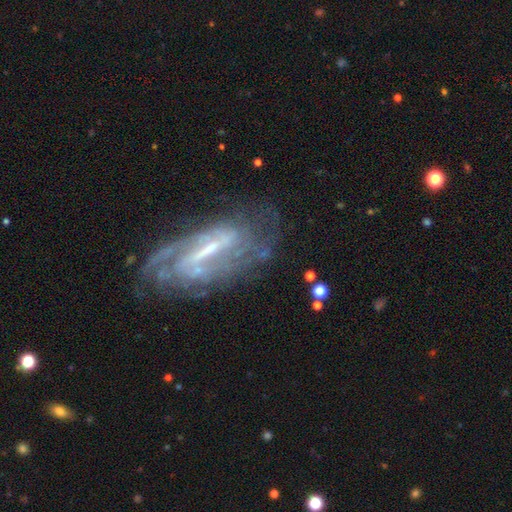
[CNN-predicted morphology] Smooth or featured? Predicted: featured or disk (p=0.83). Edge-on disk? Predicted: no (p=0.87). Bar? Predicted: strong (p=0.58). Spiral arms? Predicted: yes (p=0.89). Spiral winding? Predicted: tight (p=0.50). Spiral arm count? Predicted: can't tell (p=0.39). Bulge size? Predicted: small (p=0.59). Merging? Predicted: none (p=0.69).